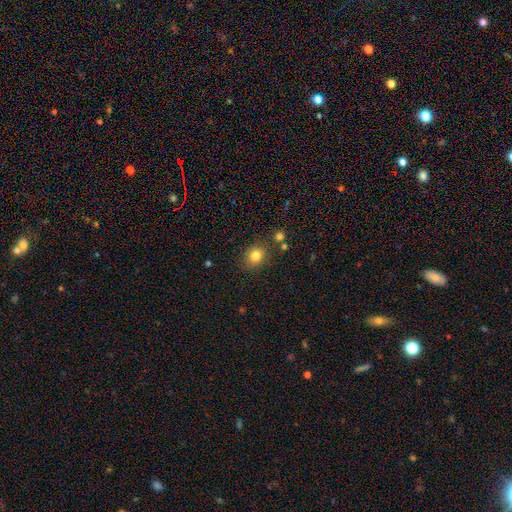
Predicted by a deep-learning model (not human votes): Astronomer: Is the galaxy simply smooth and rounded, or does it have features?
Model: smooth — 82%.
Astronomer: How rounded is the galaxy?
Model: round — 72%.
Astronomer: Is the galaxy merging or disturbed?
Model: none — 83%.